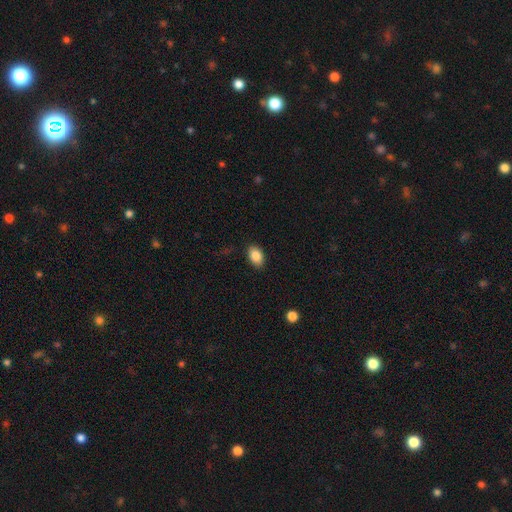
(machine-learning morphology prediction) This is clearly a smooth galaxy (87%). How rounded: clearly in between (87%). Merging: clearly none (87%).